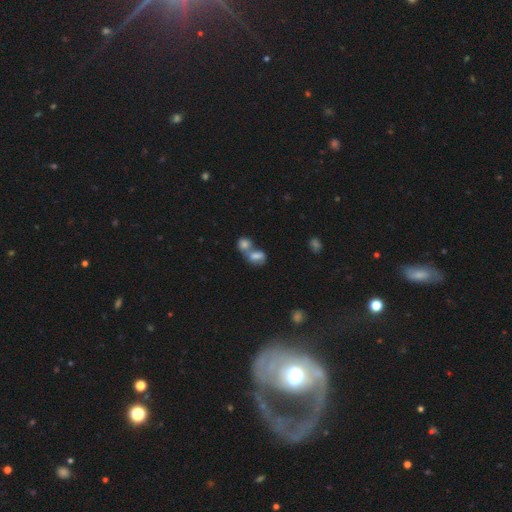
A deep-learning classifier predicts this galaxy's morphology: Smooth or featured? Predicted: smooth (p=0.68). How rounded? Predicted: in between (p=0.72). Merging? Predicted: merger (p=0.70).